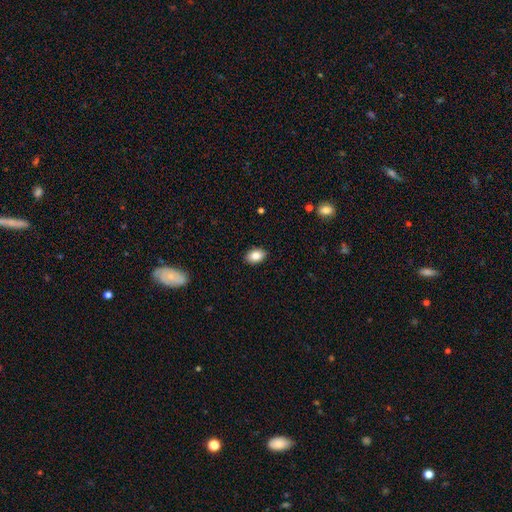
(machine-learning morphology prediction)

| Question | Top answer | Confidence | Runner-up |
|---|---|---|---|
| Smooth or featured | smooth | 86% | star or artifact (8%) |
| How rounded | in between | 85% | round (14%) |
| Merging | none | 90% | minor disturbance (8%) |